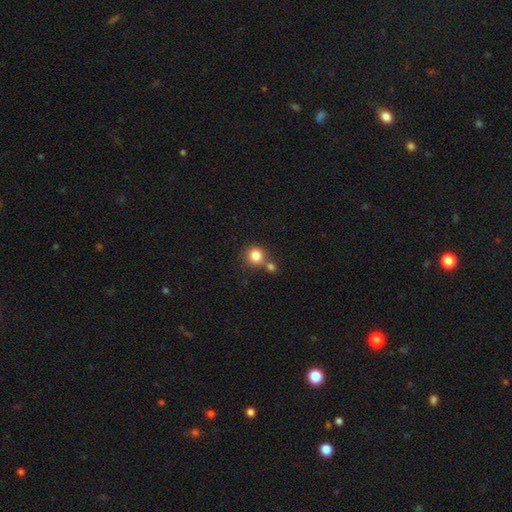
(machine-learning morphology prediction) This is clearly a smooth galaxy (83%). How rounded: clearly round (91%). Merging: likely none (61%).